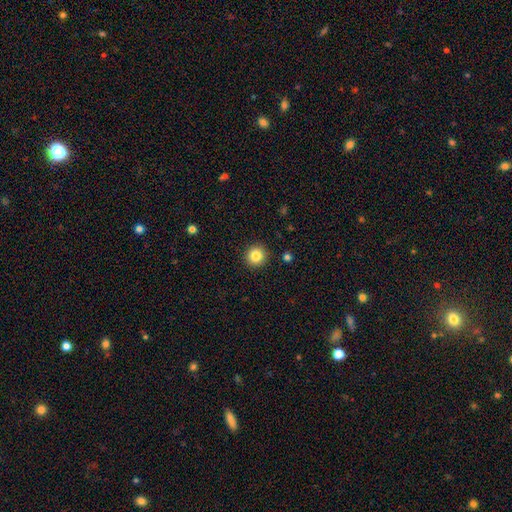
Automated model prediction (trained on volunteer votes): Q: Smooth or featured?
A: smooth (84%); runner-up: star or artifact (10%)
Q: How rounded?
A: round (94%); runner-up: in between (5%)
Q: Merging?
A: none (92%); runner-up: minor disturbance (5%)